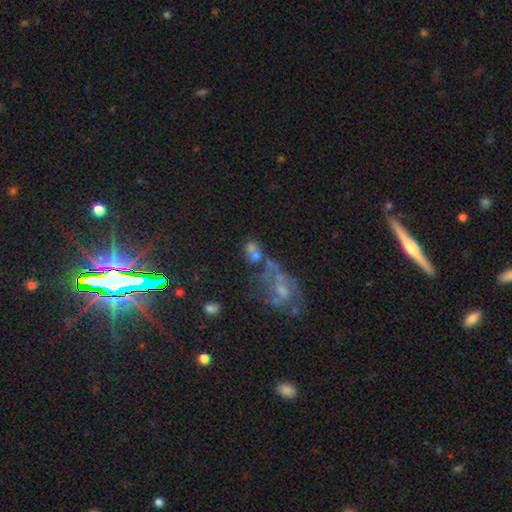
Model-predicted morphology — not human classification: A smooth galaxy with no disk features (45%). Merging: merger (45%).